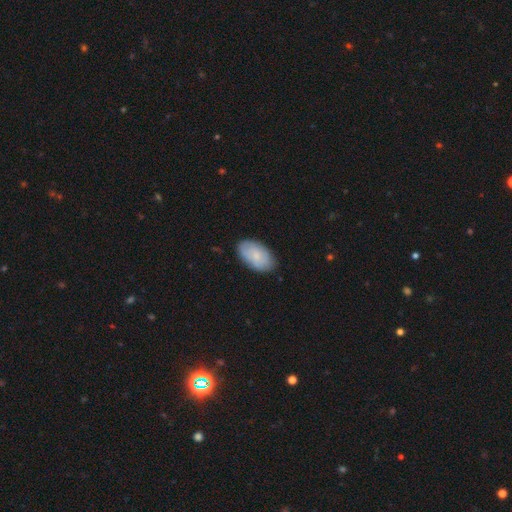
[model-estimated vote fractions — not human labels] Morphology: type=smooth (76%); roundness=in between (95%); merging=none (84%).